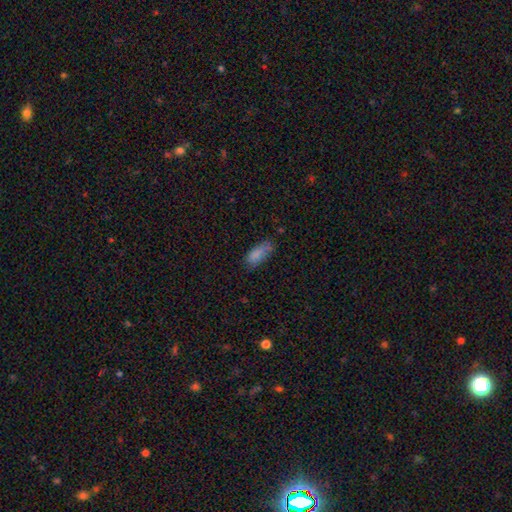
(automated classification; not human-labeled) The model was most divided on "merging": none: 57%, minor disturbance: 29%, major disturbance: 10%, merger: 4%. More confident: smooth or featured — smooth (81%); how rounded — in between (77%).